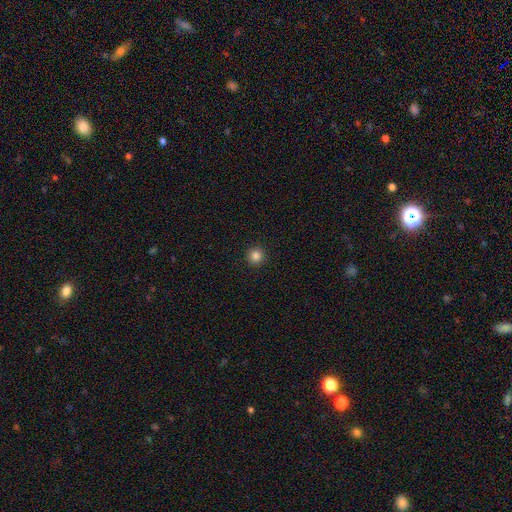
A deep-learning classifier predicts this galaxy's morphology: The model was most divided on "smooth or featured": smooth: 84%, star or artifact: 12%, featured or disk: 4%. More confident: how rounded — round (95%); merging — none (93%).